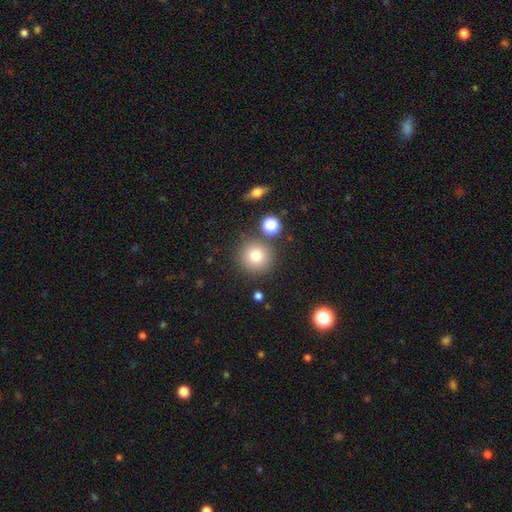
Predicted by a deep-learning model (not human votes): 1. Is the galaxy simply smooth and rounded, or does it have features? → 78% smooth, 12% star or artifact, 10% featured or disk.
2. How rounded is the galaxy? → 95% round, 4% in between, 1% cigar-shaped.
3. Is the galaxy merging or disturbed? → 83% none, 8% minor disturbance, 6% merger, 3% major disturbance.